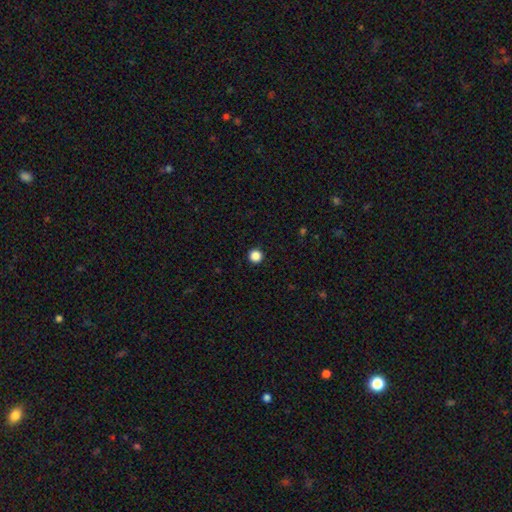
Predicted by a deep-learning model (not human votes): A smooth galaxy with no disk features (87%) that is round (97%).

Vote fractions:
- Smooth or featured? smooth: 87% / star or artifact: 11% / featured or disk: 2%
- How rounded? round: 97% / in between: 2% / cigar-shaped: 1%
- Merging? none: 94% / minor disturbance: 4% / major disturbance: 1% / merger: 1%